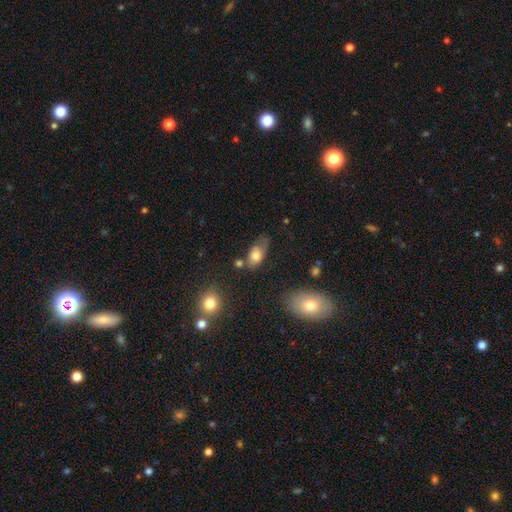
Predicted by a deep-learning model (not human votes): Smooth or featured? Predicted: smooth (p=0.74). How rounded? Predicted: in between (p=0.87). Merging? Predicted: none (p=0.46).